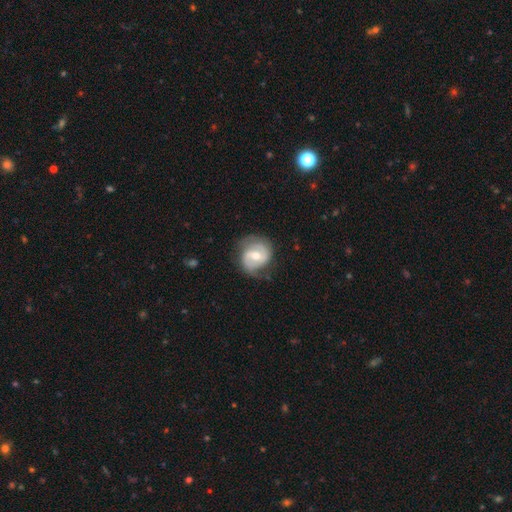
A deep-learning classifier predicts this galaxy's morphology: This appears to be a featured or disk galaxy (75%) with a weak bar (48%), 2 (83%) medium (44%) spiral arms (88%) and a moderate central bulge (71%). Merging: none (70%).